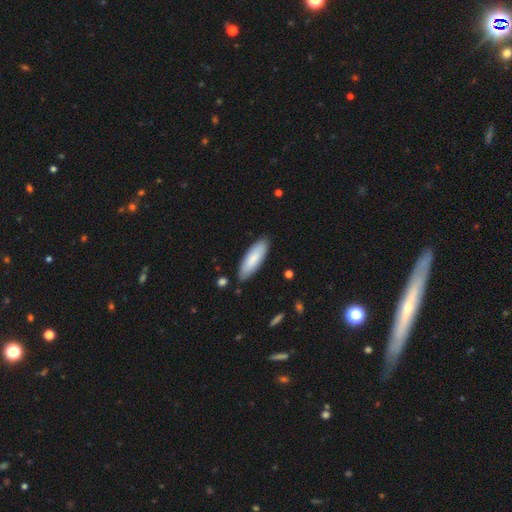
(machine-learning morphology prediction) smooth_or_featured: smooth (p=0.81) [alt: featured or disk p=0.11]
how_rounded: in between (p=0.53) [alt: cigar-shaped p=0.46]
merging: none (p=0.87) [alt: minor disturbance p=0.10]